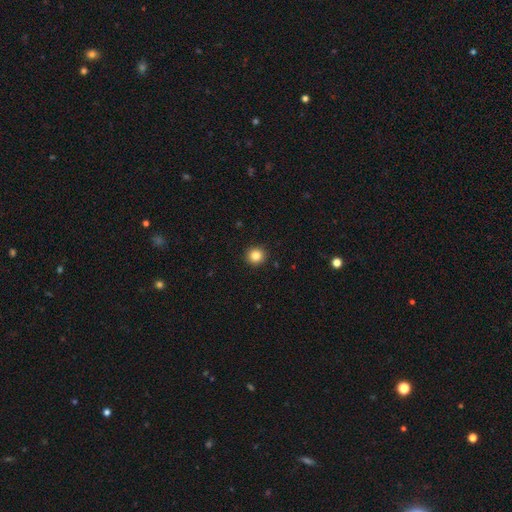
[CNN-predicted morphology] The model was most divided on "smooth or featured": smooth: 84%, star or artifact: 11%, featured or disk: 5%. More confident: how rounded — round (94%); merging — none (93%).